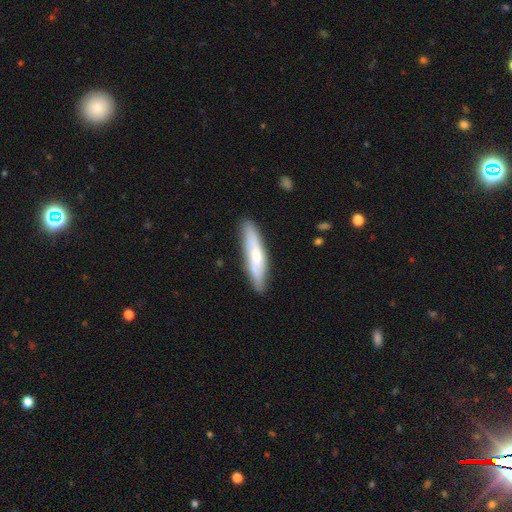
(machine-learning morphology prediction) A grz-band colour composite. It shows a smooth galaxy with no disk features (55%) that is cigar-shaped (83%). Merging: none (85%).